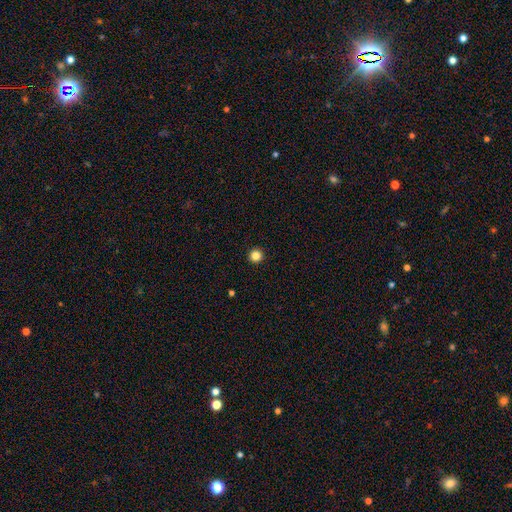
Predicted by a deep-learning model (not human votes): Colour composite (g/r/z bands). It shows a smooth galaxy with no disk features (84%) that is round (97%). Merging: none (94%).